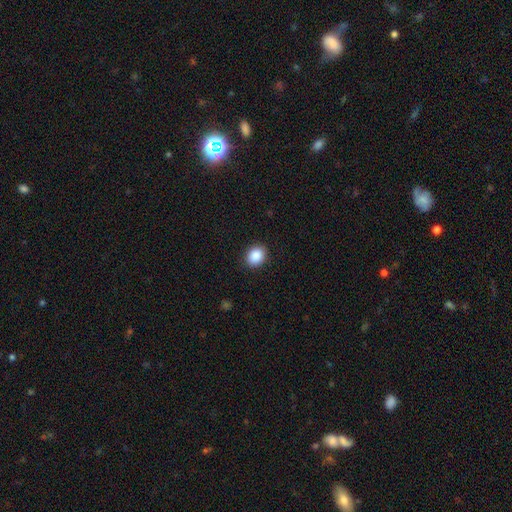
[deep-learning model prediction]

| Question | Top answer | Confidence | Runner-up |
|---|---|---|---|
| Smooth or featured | smooth | 89% | star or artifact (8%) |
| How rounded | in between | 51% | round (48%) |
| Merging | none | 89% | minor disturbance (8%) |